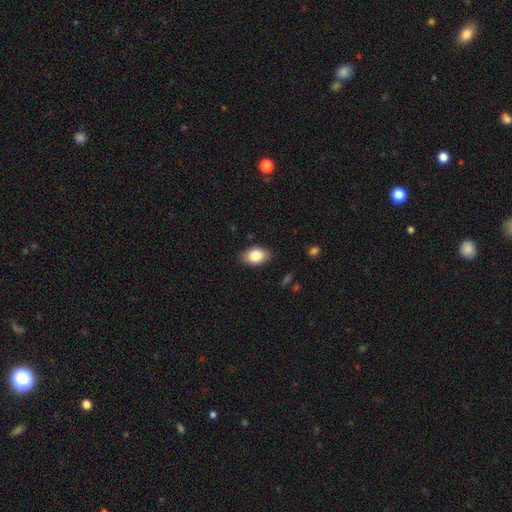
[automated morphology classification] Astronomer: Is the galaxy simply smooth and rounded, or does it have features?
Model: smooth — 85%.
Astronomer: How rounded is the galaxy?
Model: in between — 86%.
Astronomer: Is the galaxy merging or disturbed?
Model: none — 84%.